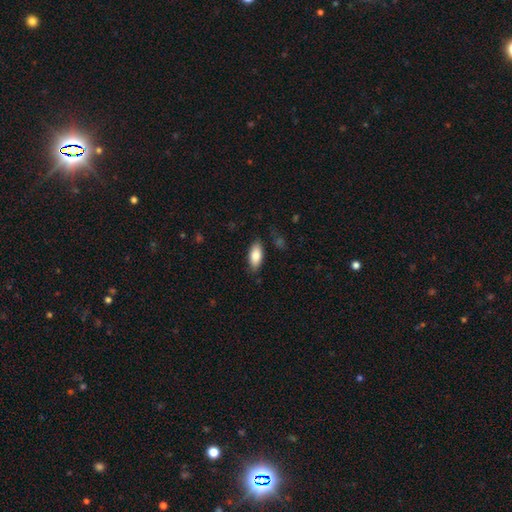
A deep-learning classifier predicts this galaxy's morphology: Overall: smooth (82%). How rounded: in between (86%). Merging: none (82%).